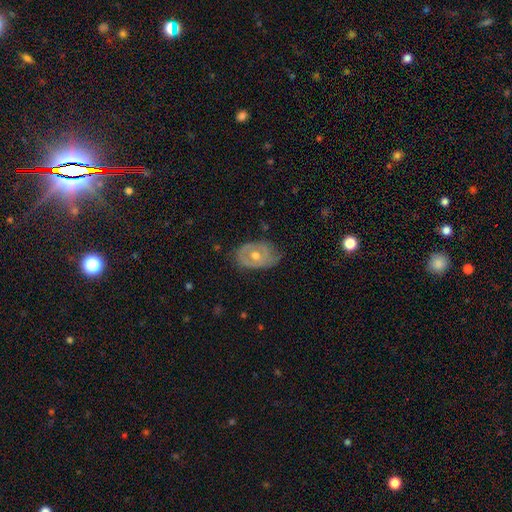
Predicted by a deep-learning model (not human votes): featured or disk 66%, smooth 27%, star or artifact 7%. Down the decision tree: edge-on disk — no (94%); bar — no (80%); spiral arms — yes (53%); bulge size — moderate (73%); merging — none (62%).